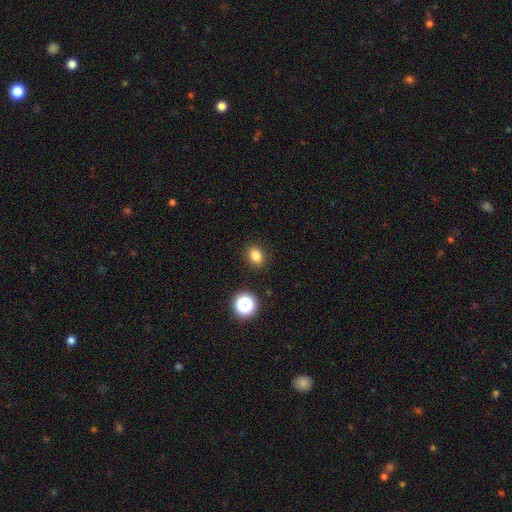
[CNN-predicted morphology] Smooth or featured? Predicted: smooth (p=0.82). How rounded? Predicted: in between (p=0.61). Merging? Predicted: none (p=0.89).